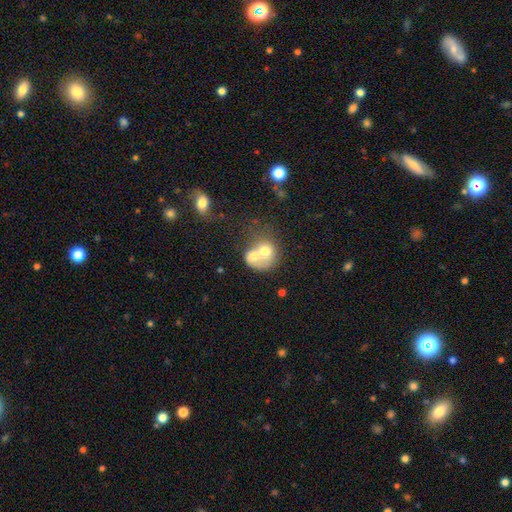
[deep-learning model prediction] This is possibly a smooth galaxy (60%). How rounded: possibly round (59%). Merging: likely merger (73%).